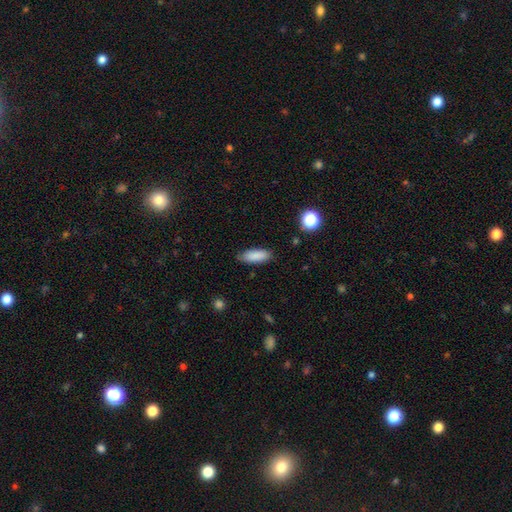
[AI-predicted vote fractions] The model was most divided on "how rounded": in between: 69%, cigar-shaped: 29%, round: 2%. More confident: smooth or featured — smooth (87%); merging — none (85%).